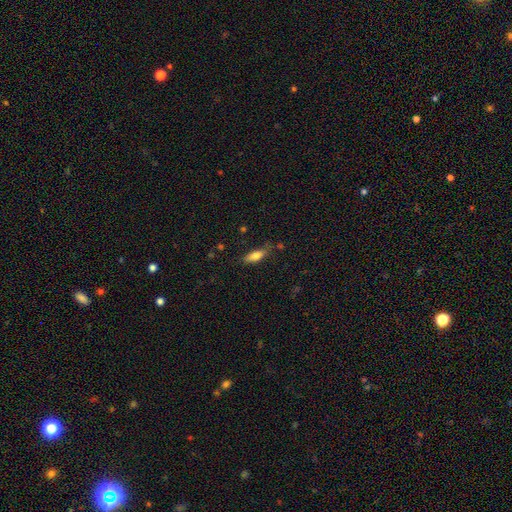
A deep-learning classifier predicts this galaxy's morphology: Smooth or featured? Predicted: smooth (p=0.76). How rounded? Predicted: in between (p=0.64). Merging? Predicted: none (p=0.71).